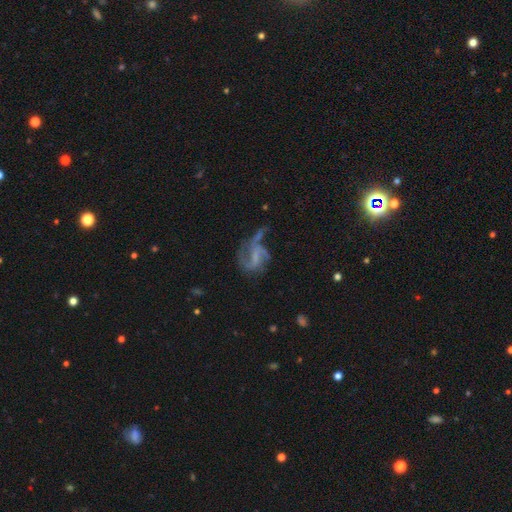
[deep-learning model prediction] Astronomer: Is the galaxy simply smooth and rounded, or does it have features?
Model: featured or disk — 71%.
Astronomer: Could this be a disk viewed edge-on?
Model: no — 97%.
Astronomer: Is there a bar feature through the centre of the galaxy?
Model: no — 47% (runner-up: weak, 38%).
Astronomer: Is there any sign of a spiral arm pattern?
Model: yes — 82%.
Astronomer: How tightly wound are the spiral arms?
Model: loose — 46% (runner-up: medium, 39%).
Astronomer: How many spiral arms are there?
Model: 2 — 35% (runner-up: 3, 27%).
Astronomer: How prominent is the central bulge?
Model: none — 59%.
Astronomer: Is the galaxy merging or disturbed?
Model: major disturbance — 41% (runner-up: none, 33%).